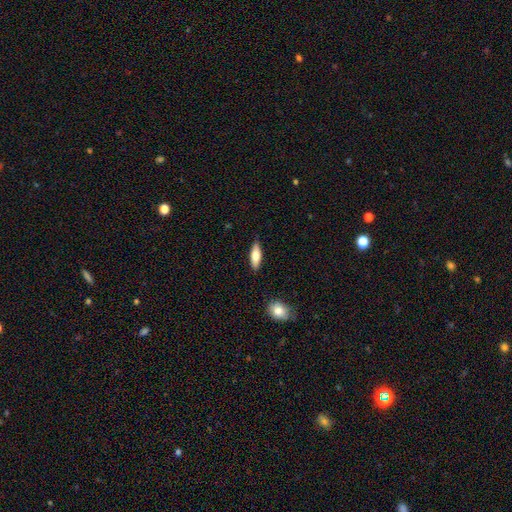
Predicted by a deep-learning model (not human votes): Smooth or featured? smooth (68%)
How rounded? in between (55%)
Merging? none (86%)